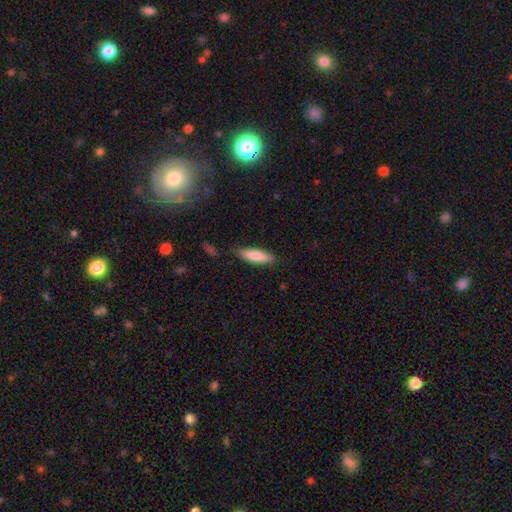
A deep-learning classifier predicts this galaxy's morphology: Smooth or featured? Predicted: smooth (p=0.80). How rounded? Predicted: cigar-shaped (p=0.63). Merging? Predicted: none (p=0.83).